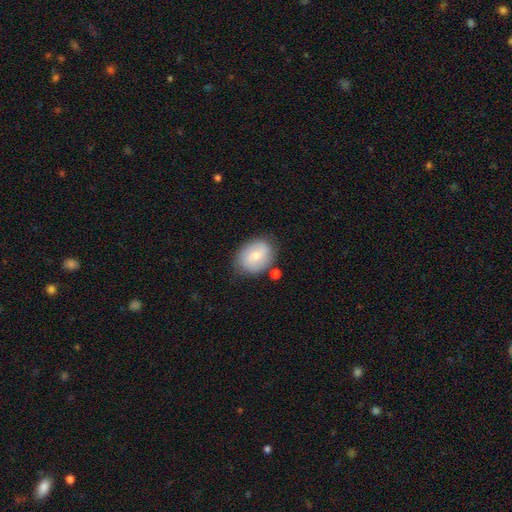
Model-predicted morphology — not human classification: This is possibly a smooth galaxy (58%). How rounded: likely in between (61%). Merging: likely none (75%).